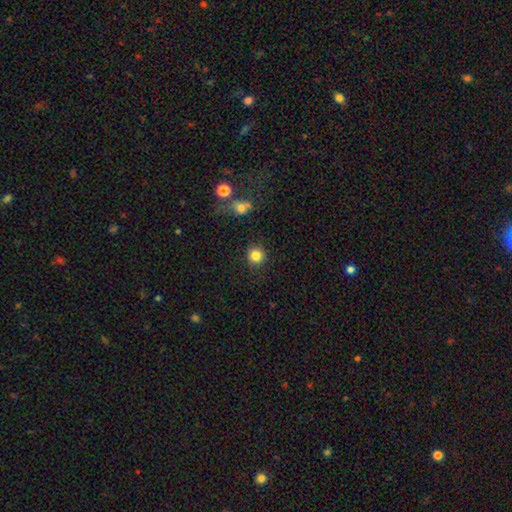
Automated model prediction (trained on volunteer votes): smooth-or-featured: smooth: 84% | star or artifact: 11% | featured or disk: 5%
  how-rounded: round: 92% | in between: 7% | cigar-shaped: 1%
  merging: none: 87% | minor disturbance: 8% | major disturbance: 3% | merger: 2%